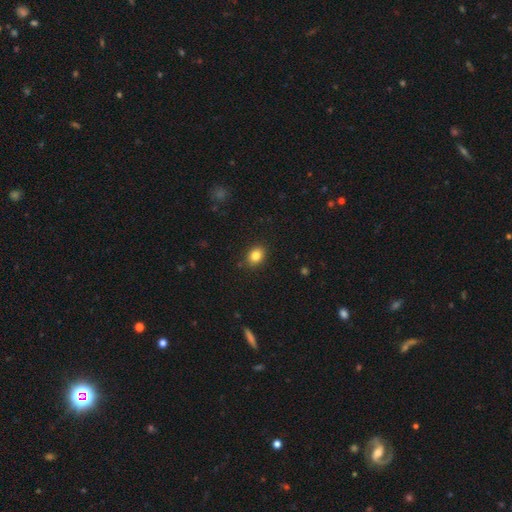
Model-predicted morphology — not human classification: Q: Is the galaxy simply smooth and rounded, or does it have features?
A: smooth — 83%.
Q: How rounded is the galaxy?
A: in between — 58%.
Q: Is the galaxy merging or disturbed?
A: none — 88%.